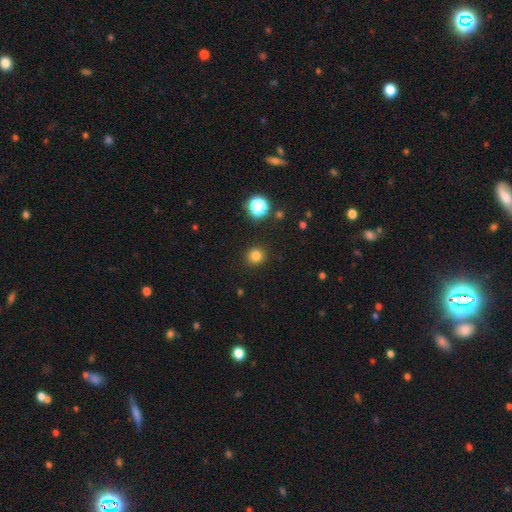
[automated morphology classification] Smooth or featured?
  - smooth: 81% *
  - star or artifact: 14%
  - featured or disk: 4%
How rounded?
  - round: 90% *
  - in between: 9%
  - cigar-shaped: 1%
Merging?
  - none: 91% *
  - minor disturbance: 6%
  - major disturbance: 2%
  - merger: 1%